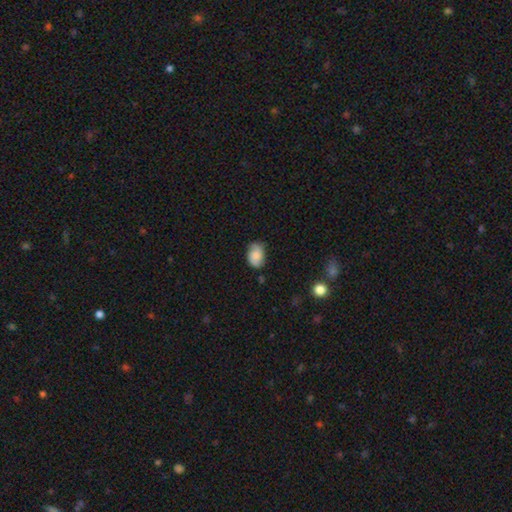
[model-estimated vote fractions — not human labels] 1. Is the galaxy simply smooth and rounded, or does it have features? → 64% smooth, 28% featured or disk, 9% star or artifact.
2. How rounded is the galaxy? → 80% in between, 18% round, 1% cigar-shaped.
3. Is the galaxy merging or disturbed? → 72% none, 21% minor disturbance, 5% major disturbance, 2% merger.